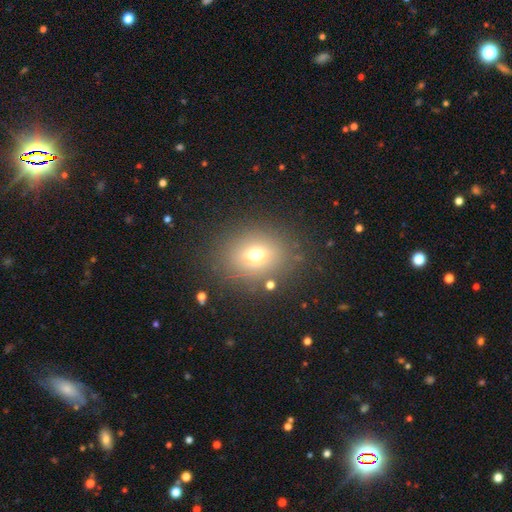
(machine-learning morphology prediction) Smooth or featured?
  - smooth: 65% *
  - star or artifact: 18%
  - featured or disk: 17%
How rounded?
  - round: 64% *
  - in between: 35%
  - cigar-shaped: 1%
Merging?
  - none: 81% *
  - minor disturbance: 10%
  - major disturbance: 5%
  - merger: 3%